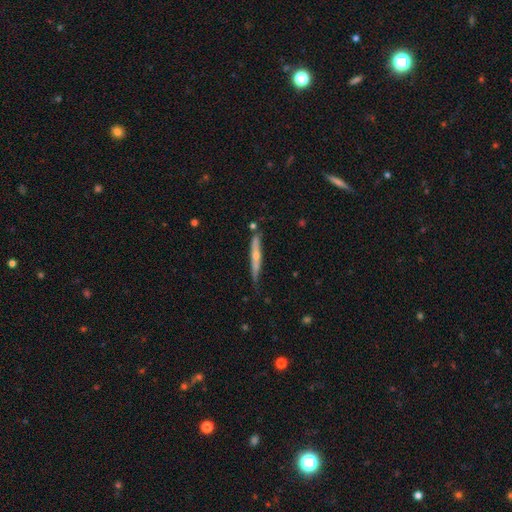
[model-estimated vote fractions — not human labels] Smooth or featured: featured or disk — 58% (smooth — 36%)
Edge-on disk: yes — 93% (no — 7%)
Edge-on bulge: rounded — 70% (none — 26%)
Merging: none — 70% (minor disturbance — 22%)